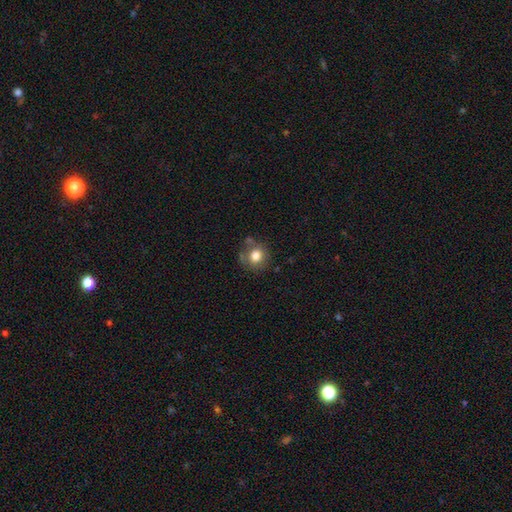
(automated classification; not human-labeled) Smooth or featured? smooth (79%)
How rounded? round (85%)
Merging? none (69%)